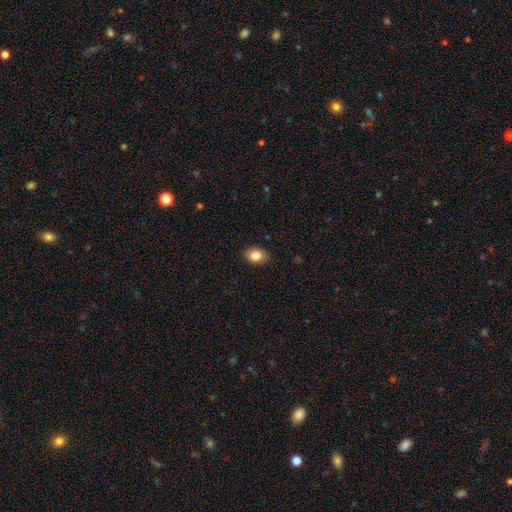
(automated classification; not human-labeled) Smooth or featured?
  - smooth: 85% *
  - star or artifact: 9%
  - featured or disk: 7%
How rounded?
  - in between: 72% *
  - round: 27%
  - cigar-shaped: 1%
Merging?
  - none: 89% *
  - minor disturbance: 9%
  - major disturbance: 2%
  - merger: 1%